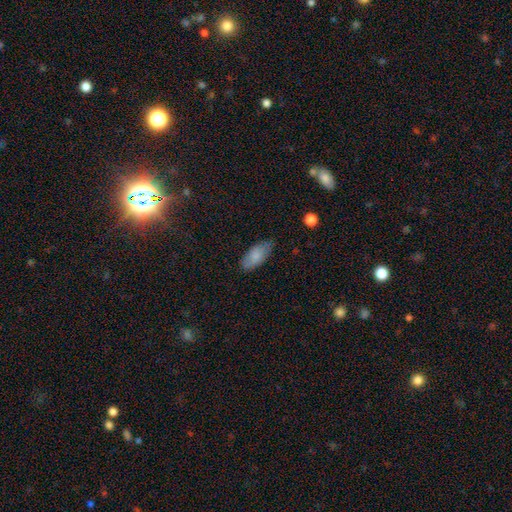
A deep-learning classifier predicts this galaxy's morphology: A smooth galaxy with no disk features (82%) that is in between round and cigar-shaped (91%). Merging: none (73%).